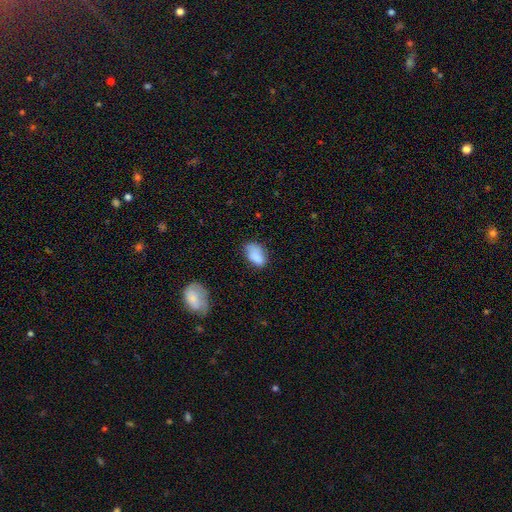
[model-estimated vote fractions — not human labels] smooth_or_featured: smooth (p=0.83) [alt: featured or disk p=0.09]
how_rounded: in between (p=0.89) [alt: round p=0.09]
merging: none (p=0.58) [alt: minor disturbance p=0.30]